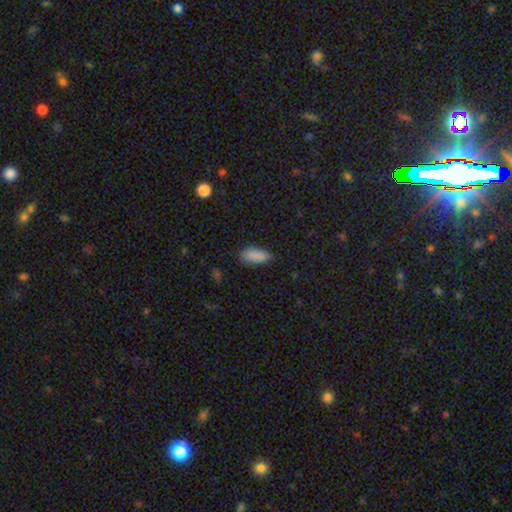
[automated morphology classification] Smooth or featured? smooth (86%)
How rounded? in between (90%)
Merging? none (71%)